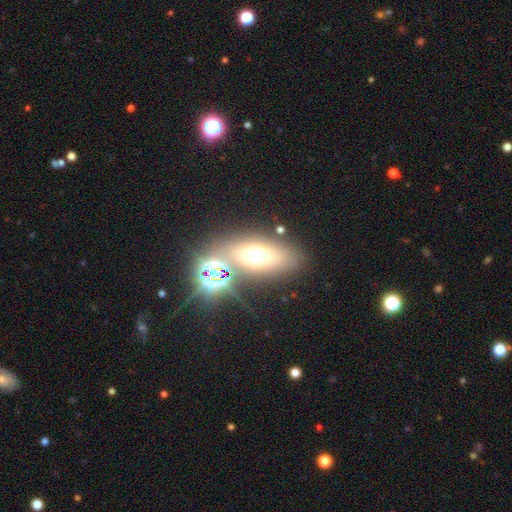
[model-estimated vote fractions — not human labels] This appears to be a smooth galaxy with no disk features (46%). Merging: none (74%).